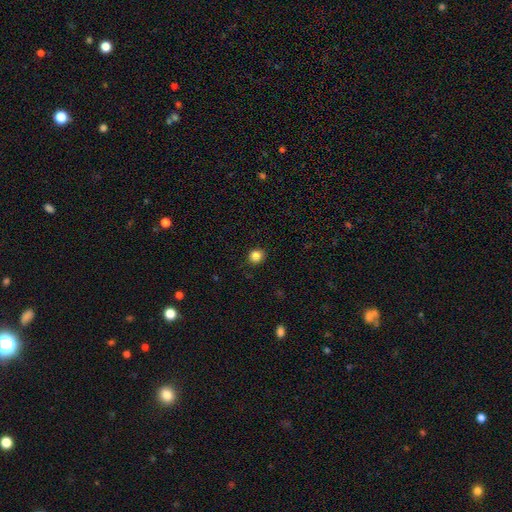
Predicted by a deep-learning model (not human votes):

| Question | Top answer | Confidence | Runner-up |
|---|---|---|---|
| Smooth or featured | smooth | 85% | star or artifact (11%) |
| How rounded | round | 88% | in between (11%) |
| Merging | none | 90% | minor disturbance (7%) |